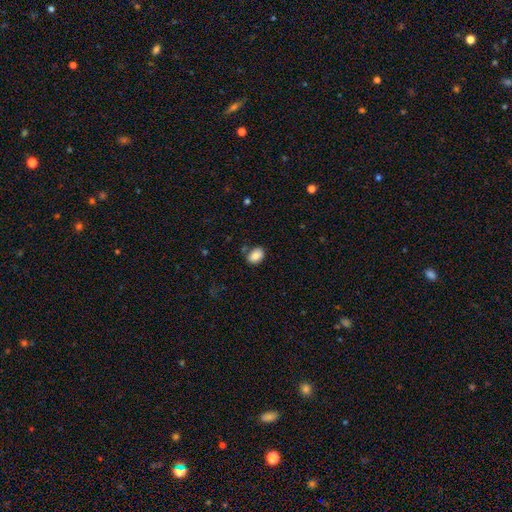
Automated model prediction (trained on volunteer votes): Overall: smooth (85%). How rounded: in between (74%). Merging: none (75%).